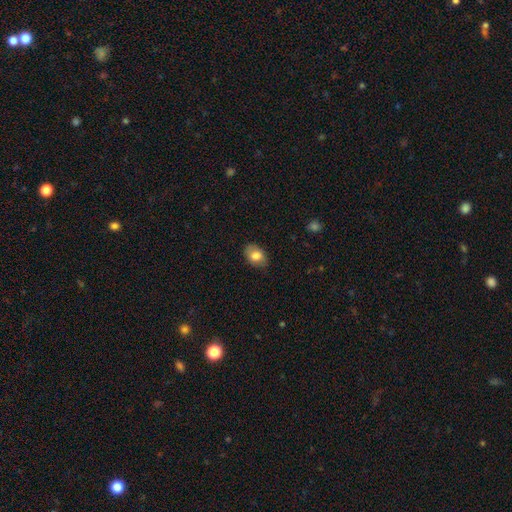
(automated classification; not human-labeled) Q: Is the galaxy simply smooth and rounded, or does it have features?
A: smooth — 80%.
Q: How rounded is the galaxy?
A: in between — 81%.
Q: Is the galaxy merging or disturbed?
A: none — 80%.